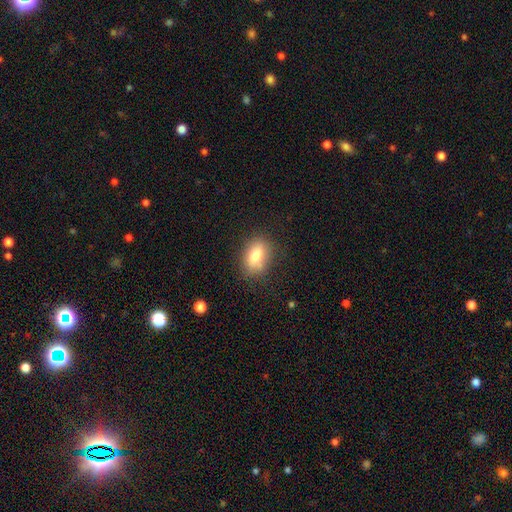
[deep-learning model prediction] The model was most divided on "merging": none: 78%, minor disturbance: 16%, major disturbance: 4%, merger: 3%. More confident: how rounded — in between (80%); smooth or featured — smooth (79%).